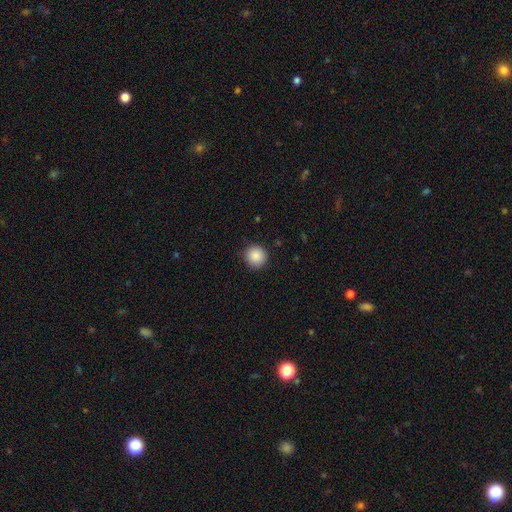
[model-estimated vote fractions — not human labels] A smooth galaxy with no disk features (88%) that is round (94%).

Vote fractions:
- Smooth or featured? smooth: 88% / star or artifact: 9% / featured or disk: 3%
- How rounded? round: 94% / in between: 6% / cigar-shaped: 1%
- Merging? none: 88% / minor disturbance: 9% / major disturbance: 2% / merger: 1%